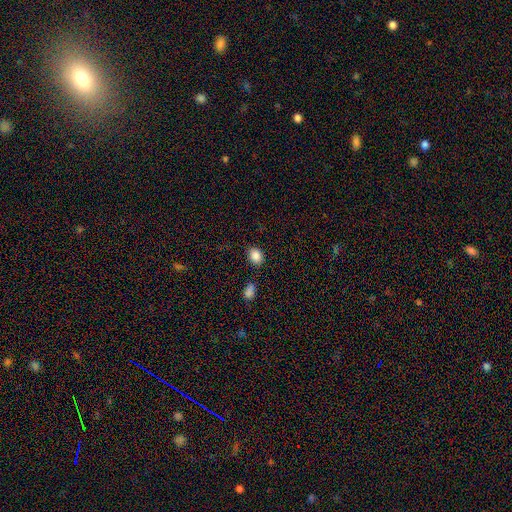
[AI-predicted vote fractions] smooth_or_featured: smooth (p=0.87) [alt: star or artifact p=0.09]
how_rounded: in between (p=0.59) [alt: round p=0.40]
merging: none (p=0.79) [alt: minor disturbance p=0.12]